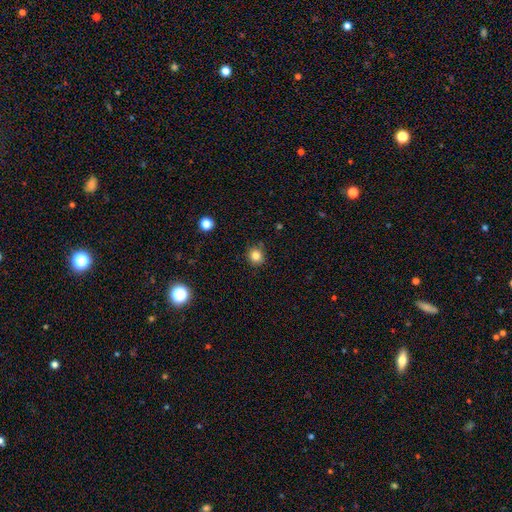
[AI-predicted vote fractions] Q: Smooth or featured?
A: smooth (83%); runner-up: star or artifact (12%)
Q: How rounded?
A: round (89%); runner-up: in between (10%)
Q: Merging?
A: none (86%); runner-up: minor disturbance (10%)